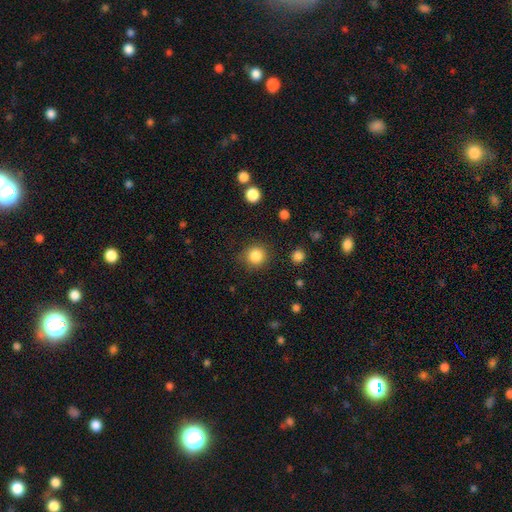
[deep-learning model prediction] Q: Smooth or featured?
A: smooth (85%); runner-up: star or artifact (11%)
Q: How rounded?
A: round (92%); runner-up: in between (7%)
Q: Merging?
A: none (86%); runner-up: minor disturbance (9%)